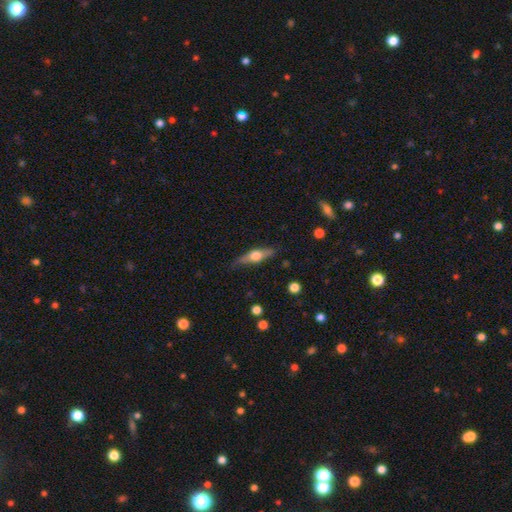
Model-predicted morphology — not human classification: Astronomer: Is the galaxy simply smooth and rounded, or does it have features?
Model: featured or disk — 58% (runner-up: smooth, 36%).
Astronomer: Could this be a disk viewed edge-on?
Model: yes — 94%.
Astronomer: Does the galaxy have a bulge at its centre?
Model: rounded — 94%.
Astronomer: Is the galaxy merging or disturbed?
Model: none — 83%.